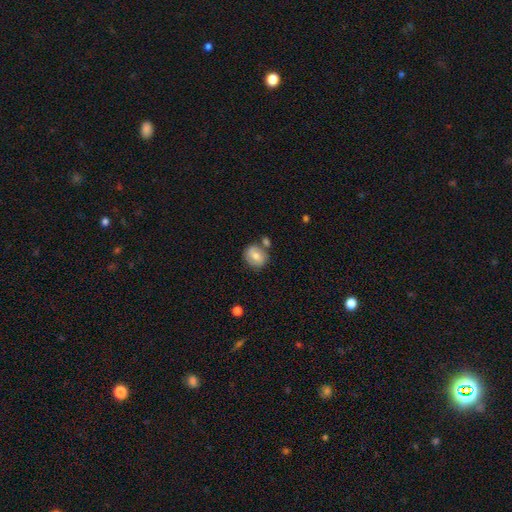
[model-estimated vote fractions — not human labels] Smooth or featured? smooth (67%)
How rounded? round (70%)
Merging? none (63%)